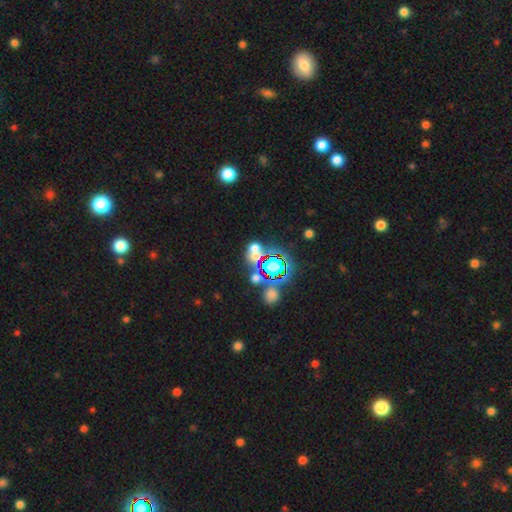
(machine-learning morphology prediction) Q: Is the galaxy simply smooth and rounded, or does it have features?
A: star or artifact — 46%.